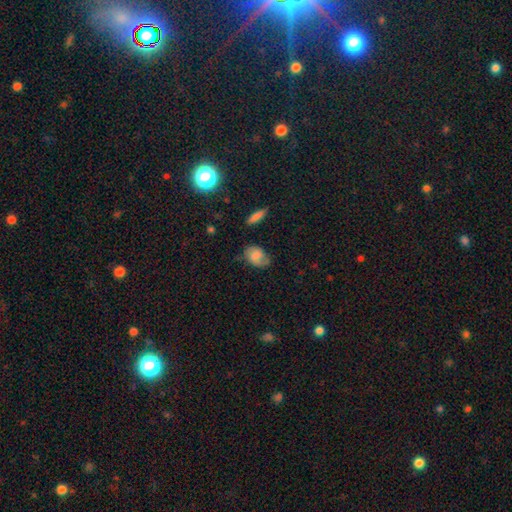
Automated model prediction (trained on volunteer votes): A smooth galaxy with no disk features (66%) that is in between round and cigar-shaped (79%).

Vote fractions:
- Smooth or featured? smooth: 66% / featured or disk: 26% / star or artifact: 8%
- How rounded? in between: 79% / round: 19% / cigar-shaped: 2%
- Merging? none: 59% / minor disturbance: 30% / major disturbance: 9% / merger: 3%